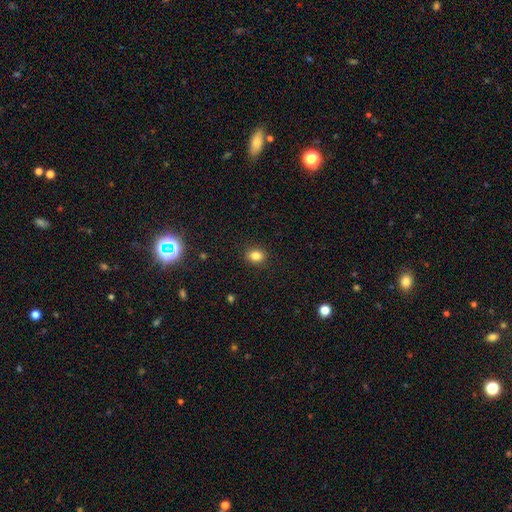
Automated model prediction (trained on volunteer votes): smooth-or-featured: smooth: 84% | star or artifact: 11% | featured or disk: 5%
  how-rounded: round: 50% | in between: 49% | cigar-shaped: 1%
  merging: none: 89% | minor disturbance: 8% | major disturbance: 2% | merger: 1%